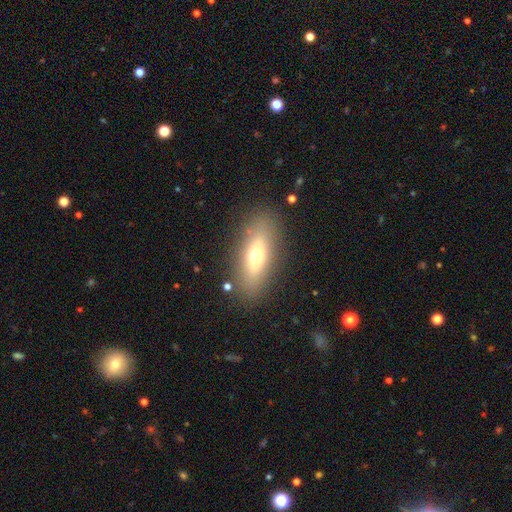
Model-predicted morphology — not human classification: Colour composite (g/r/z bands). It shows a smooth galaxy with no disk features (61%) that is in between round and cigar-shaped (65%). Merging: none (84%).